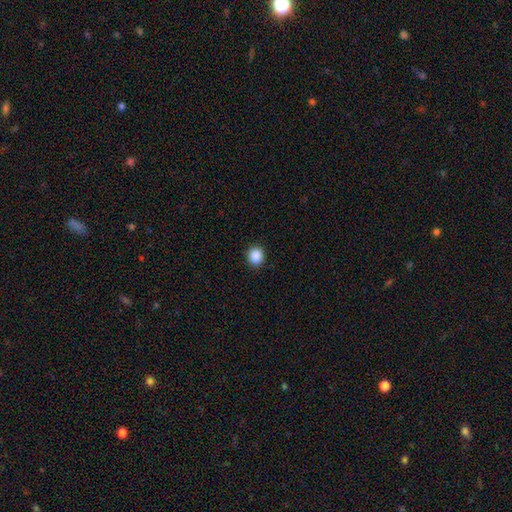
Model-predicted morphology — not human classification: A smooth galaxy with no disk features (88%) that is round (86%). Merging: none (91%).